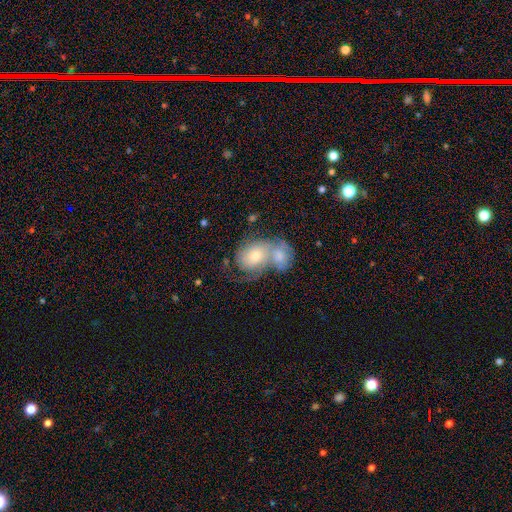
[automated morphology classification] Overall: featured or disk (60%; smooth 32%). Edge-on disk: no (97%). Bar: no (77%). Spiral arms: yes (78%). Bulge size: moderate (51%; small 39%). Merging: merger (68%).